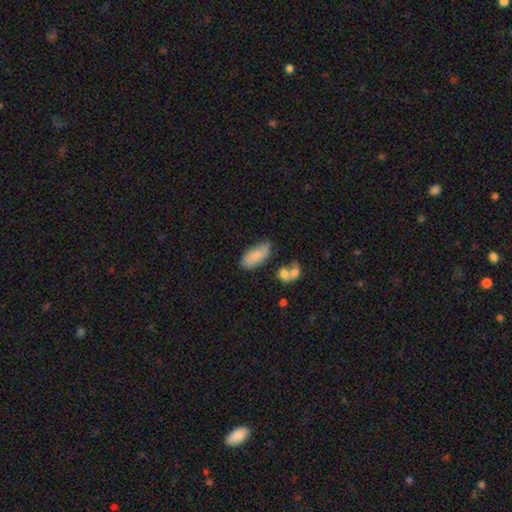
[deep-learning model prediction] This appears to be a smooth galaxy with no disk features (80%) that is in between round and cigar-shaped (86%). Merging: none (58%).